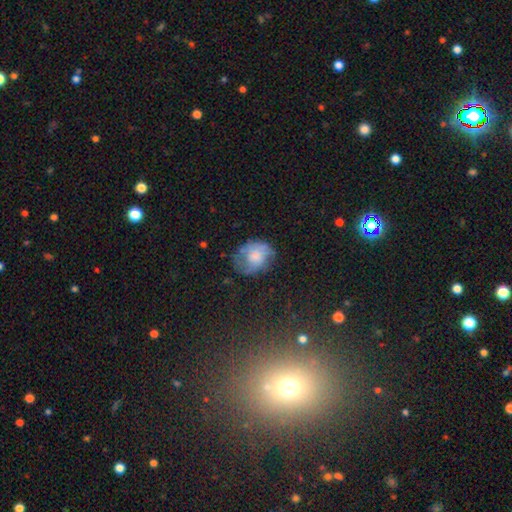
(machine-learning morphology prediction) smooth-or-featured: smooth: 48% | featured or disk: 41% | star or artifact: 11%
  merging: none: 52% | minor disturbance: 27% | major disturbance: 19% | merger: 2%